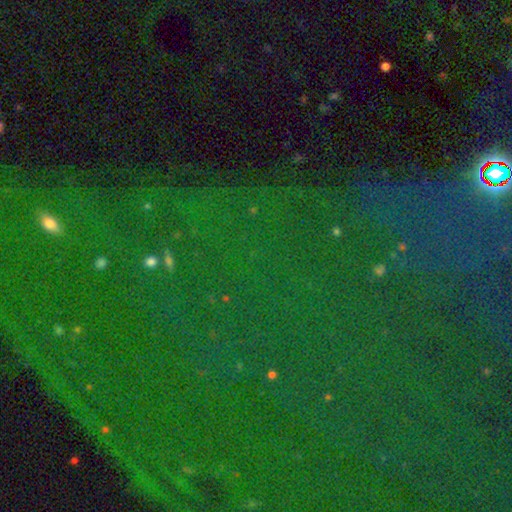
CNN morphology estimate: Q: Smooth or featured?
A: star or artifact (83%); runner-up: smooth (9%)